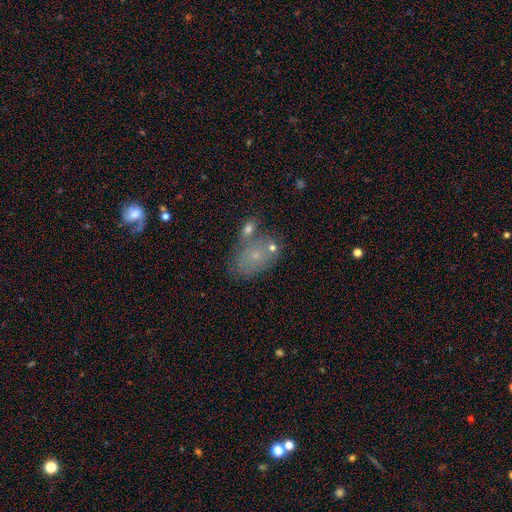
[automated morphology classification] smooth 53%, featured or disk 32%, star or artifact 16%. Down the decision tree: how rounded — in between (79%); merging — none (54%).